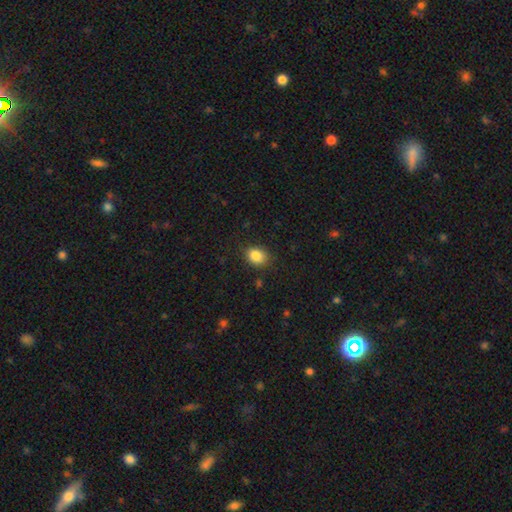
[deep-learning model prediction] Smooth or featured? smooth (86%)
How rounded? in between (56%)
Merging? none (81%)